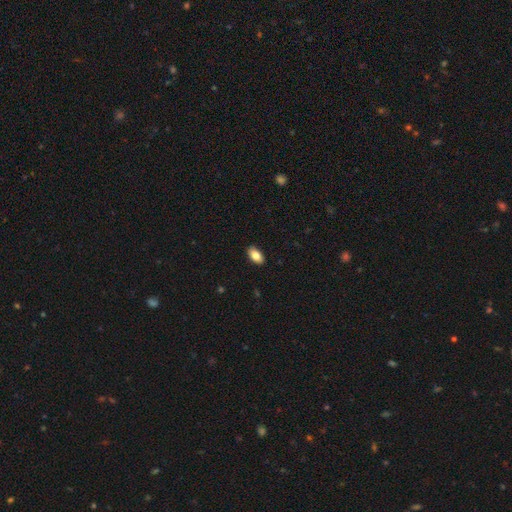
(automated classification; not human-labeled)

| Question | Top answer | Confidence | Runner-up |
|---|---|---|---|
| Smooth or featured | smooth | 84% | featured or disk (9%) |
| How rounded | in between | 93% | round (5%) |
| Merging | none | 89% | minor disturbance (8%) |